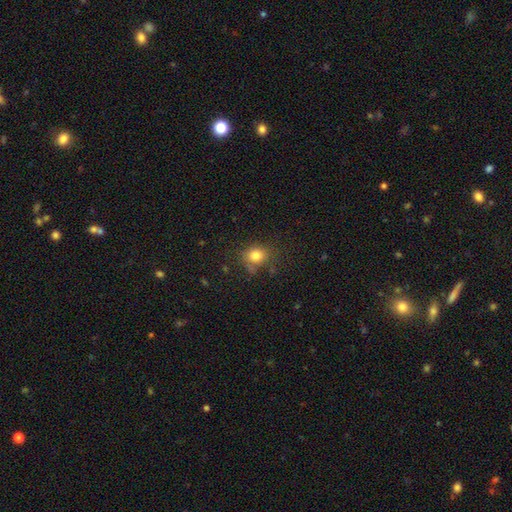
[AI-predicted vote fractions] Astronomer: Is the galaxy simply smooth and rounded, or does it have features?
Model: smooth — 80%.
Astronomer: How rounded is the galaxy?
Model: round — 71%.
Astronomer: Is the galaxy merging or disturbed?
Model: none — 71%.